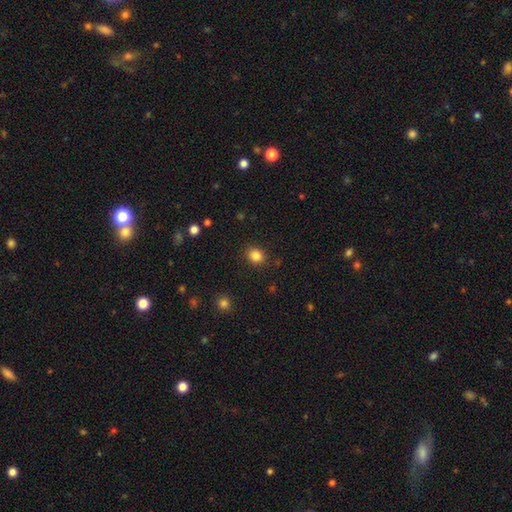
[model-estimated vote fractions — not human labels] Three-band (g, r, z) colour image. It shows a smooth galaxy with no disk features (85%) that is round (62%). Merging: none (87%).